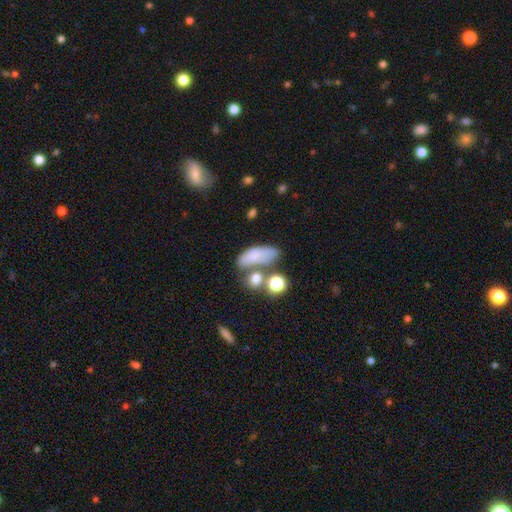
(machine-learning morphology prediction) The model was most divided on "merging": none: 43%, merger: 26%, minor disturbance: 20%, major disturbance: 12%. More confident: how rounded — in between (78%); smooth or featured — smooth (68%).